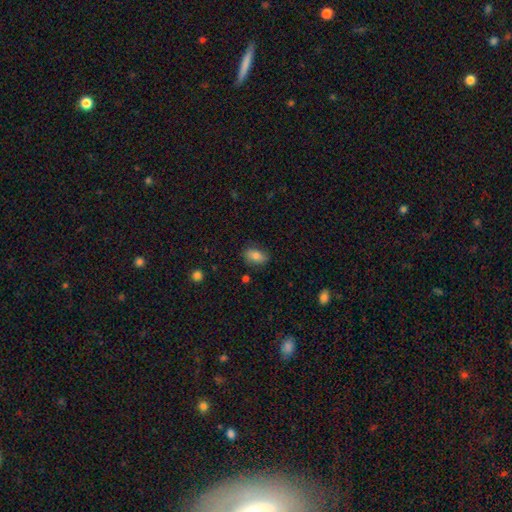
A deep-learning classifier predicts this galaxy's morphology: A smooth galaxy with no disk features (78%) that is in between round and cigar-shaped (87%). Merging: none (81%).